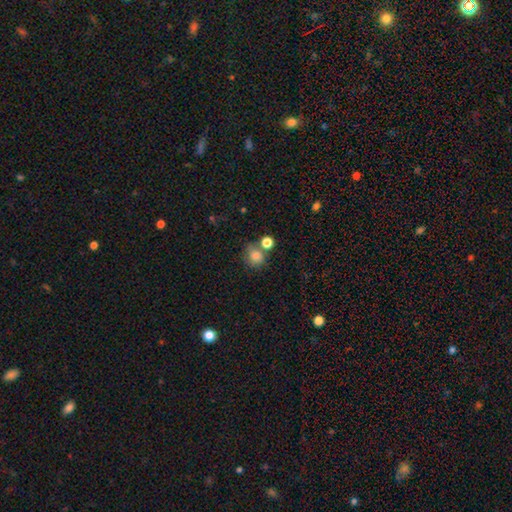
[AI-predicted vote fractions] smooth 80%, star or artifact 11%, featured or disk 9%. Down the decision tree: how rounded — round (80%); merging — none (55%).